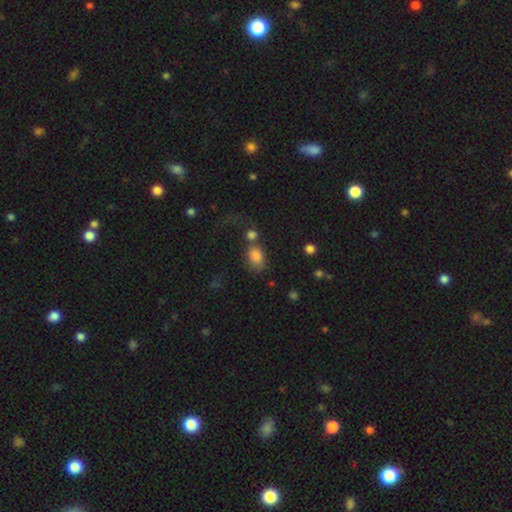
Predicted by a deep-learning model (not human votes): Morphology: type=smooth (82%); roundness=in between (76%); merging=none (40%).